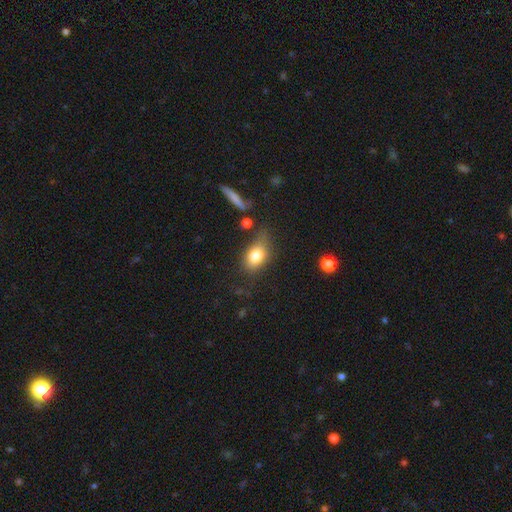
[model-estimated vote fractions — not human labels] Morphology: type=smooth (79%); roundness=in between (78%); merging=none (55%).